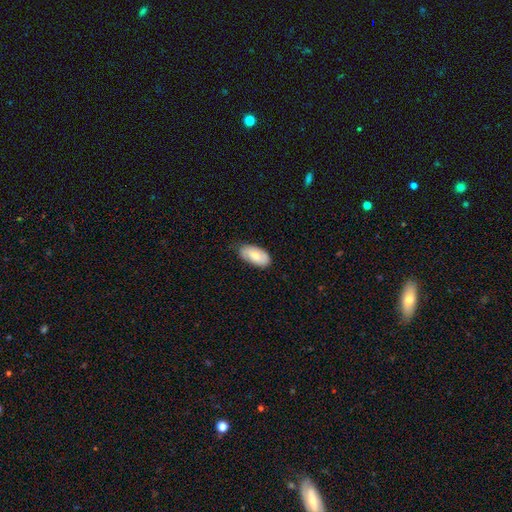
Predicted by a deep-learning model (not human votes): Smooth or featured? Predicted: smooth (p=0.70). How rounded? Predicted: in between (p=0.94). Merging? Predicted: none (p=0.76).